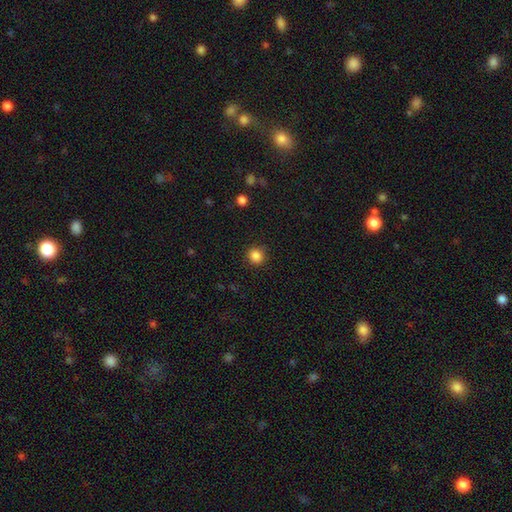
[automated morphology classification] Overall: smooth (86%). How rounded: round (90%). Merging: none (89%).